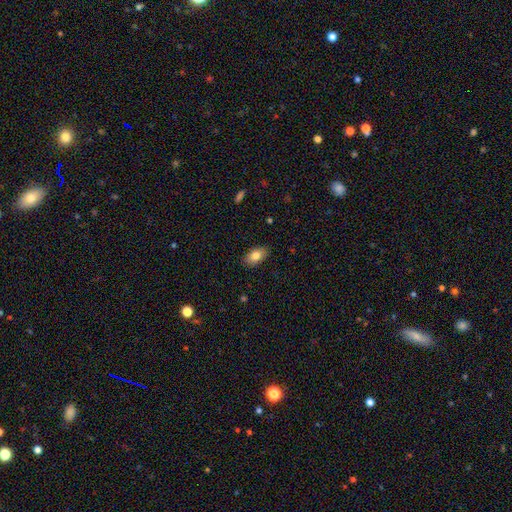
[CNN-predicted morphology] A smooth galaxy with no disk features (80%) that is in between round and cigar-shaped (91%). Merging: none (87%).